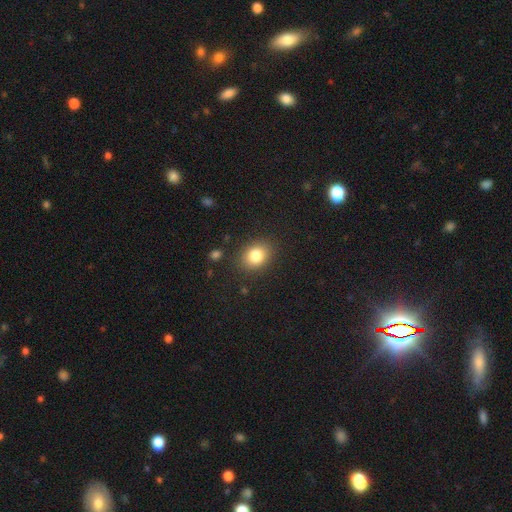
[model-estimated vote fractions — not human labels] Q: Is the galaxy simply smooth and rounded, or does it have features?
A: smooth — 82%.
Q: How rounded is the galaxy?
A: in between — 54%.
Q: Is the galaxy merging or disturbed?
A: none — 86%.